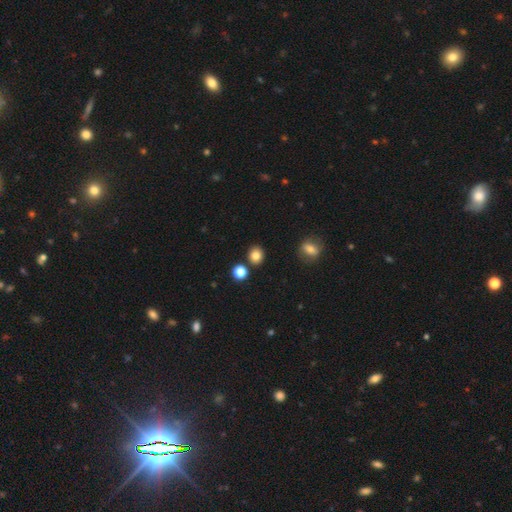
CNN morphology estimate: Q: Smooth or featured?
A: smooth (82%); runner-up: star or artifact (12%)
Q: How rounded?
A: round (80%); runner-up: in between (19%)
Q: Merging?
A: none (85%); runner-up: minor disturbance (7%)